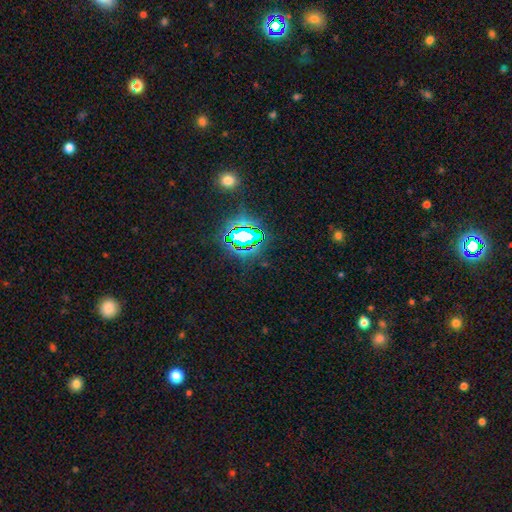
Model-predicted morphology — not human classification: star or artifact 79%, smooth 13%, featured or disk 7%.